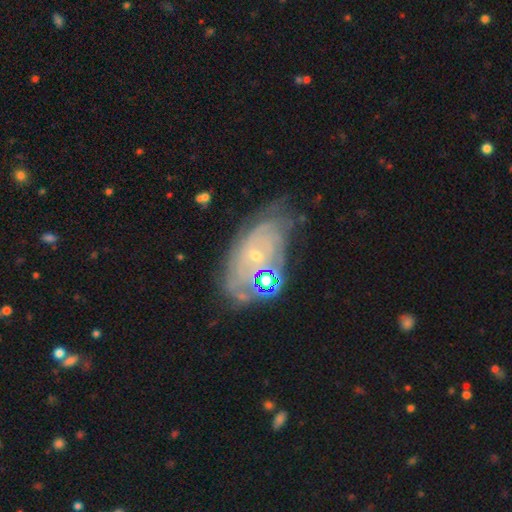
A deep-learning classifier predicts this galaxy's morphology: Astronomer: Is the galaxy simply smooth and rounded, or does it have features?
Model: featured or disk — 76%.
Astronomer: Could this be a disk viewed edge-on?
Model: no — 94%.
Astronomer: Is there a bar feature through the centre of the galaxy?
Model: no — 72%.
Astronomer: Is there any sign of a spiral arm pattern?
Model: yes — 87%.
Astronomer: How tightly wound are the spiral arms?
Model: tight — 73%.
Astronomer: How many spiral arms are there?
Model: can't tell — 52%.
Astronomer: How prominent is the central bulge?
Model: small — 77%.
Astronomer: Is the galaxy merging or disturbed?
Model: none — 61%.